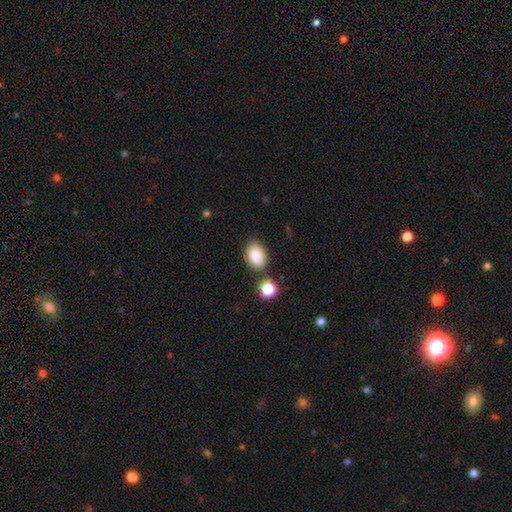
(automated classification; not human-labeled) Morphology: type=smooth (87%); roundness=in between (87%); merging=none (77%).